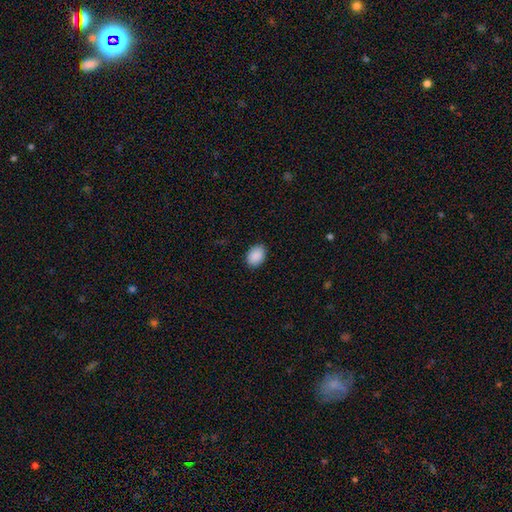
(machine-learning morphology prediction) Smooth or featured? smooth (91%)
How rounded? in between (76%)
Merging? none (88%)